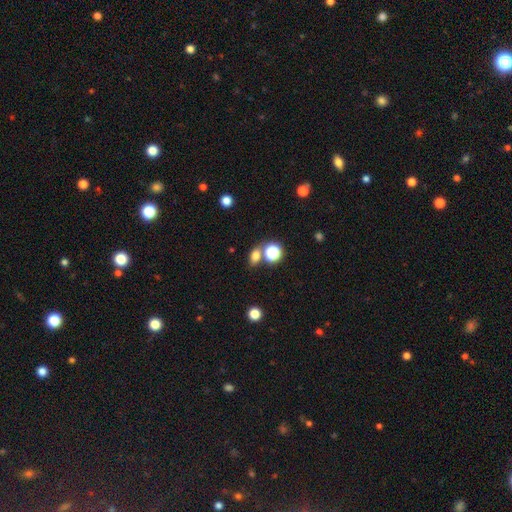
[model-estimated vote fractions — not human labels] A smooth galaxy with no disk features (73%) that is in between round and cigar-shaped (65%).

Vote fractions:
- Smooth or featured? smooth: 73% / star or artifact: 18% / featured or disk: 9%
- How rounded? in between: 65% / round: 32% / cigar-shaped: 3%
- Merging? none: 65% / merger: 21% / minor disturbance: 10% / major disturbance: 4%